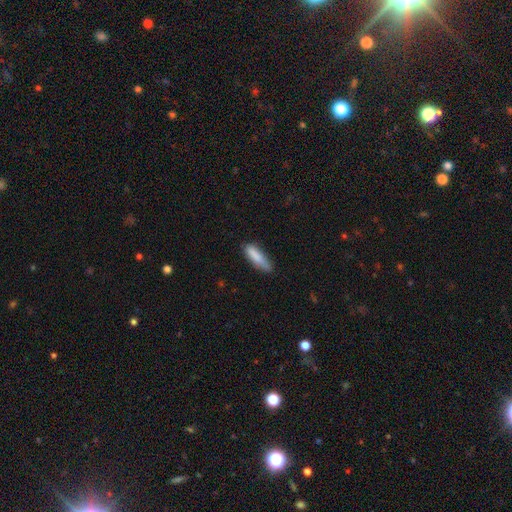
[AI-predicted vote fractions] Smooth or featured? smooth (85%)
How rounded? cigar-shaped (62%)
Merging? none (66%)